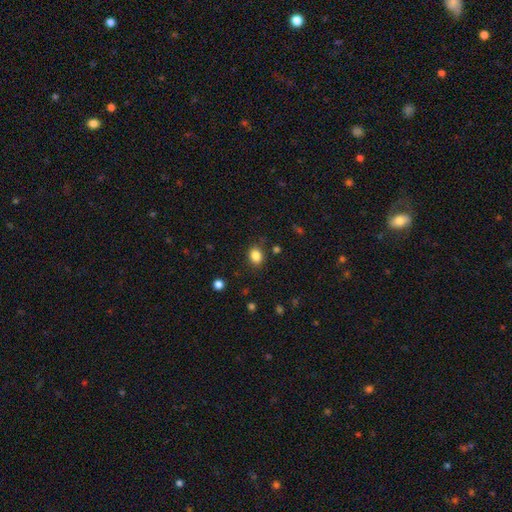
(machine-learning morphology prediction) smooth-or-featured: smooth: 84% | star or artifact: 11% | featured or disk: 5%
  how-rounded: in between: 58% | round: 41% | cigar-shaped: 1%
  merging: none: 82% | minor disturbance: 12% | major disturbance: 3% | merger: 2%